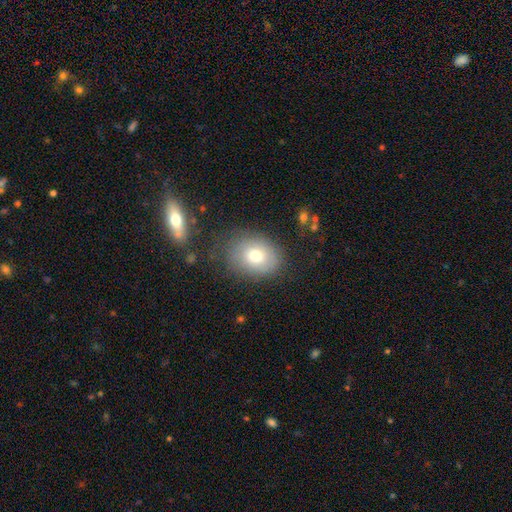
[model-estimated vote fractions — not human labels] Overall: smooth (73%). How rounded: in between (60%; round 39%). Merging: none (74%).